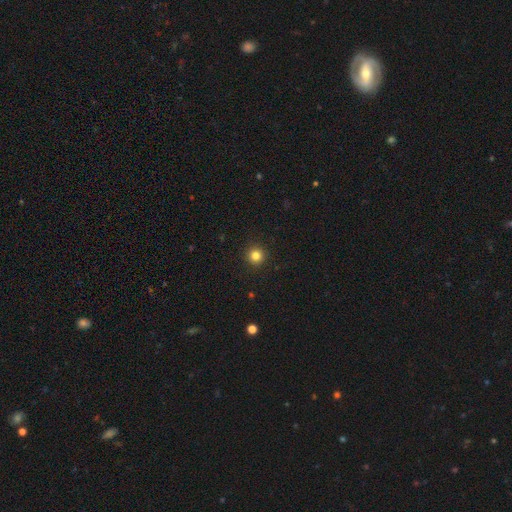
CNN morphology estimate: smooth_or_featured: smooth (p=0.82) [alt: star or artifact p=0.13]
how_rounded: round (p=0.96) [alt: in between p=0.03]
merging: none (p=0.93) [alt: minor disturbance p=0.04]